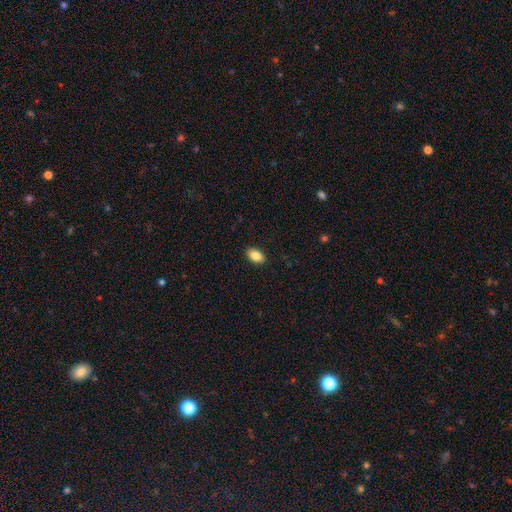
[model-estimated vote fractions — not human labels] Overall: smooth (86%). How rounded: in between (90%). Merging: none (90%).